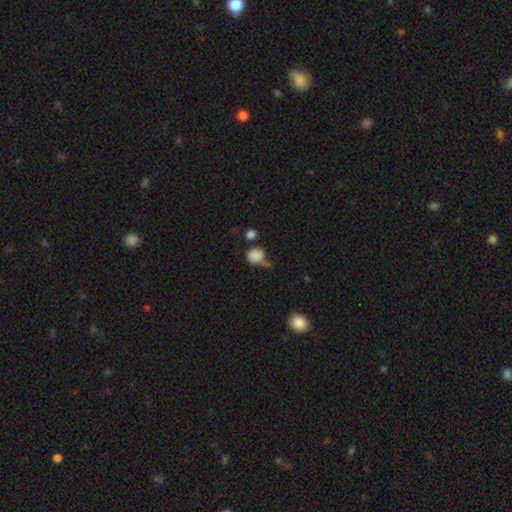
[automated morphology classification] Q: Smooth or featured?
A: smooth (85%); runner-up: star or artifact (10%)
Q: How rounded?
A: round (72%); runner-up: in between (27%)
Q: Merging?
A: none (48%); runner-up: minor disturbance (21%)